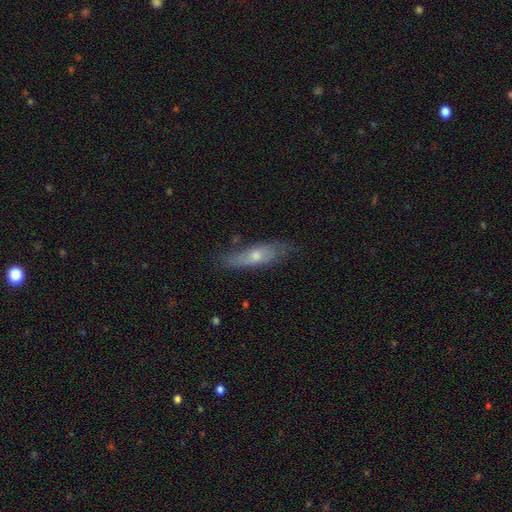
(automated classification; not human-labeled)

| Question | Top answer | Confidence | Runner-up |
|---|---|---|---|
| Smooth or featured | featured or disk | 49% | smooth (43%) |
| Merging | none | 69% | minor disturbance (22%) |